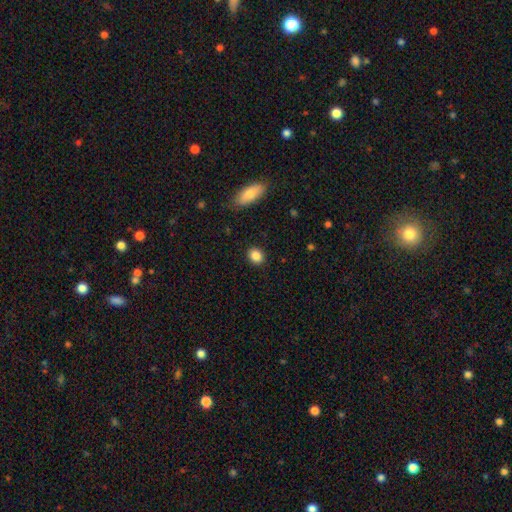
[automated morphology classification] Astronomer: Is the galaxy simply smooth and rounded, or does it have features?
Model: smooth — 86%.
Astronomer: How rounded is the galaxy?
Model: round — 56% (runner-up: in between, 43%).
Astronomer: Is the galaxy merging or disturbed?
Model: none — 89%.